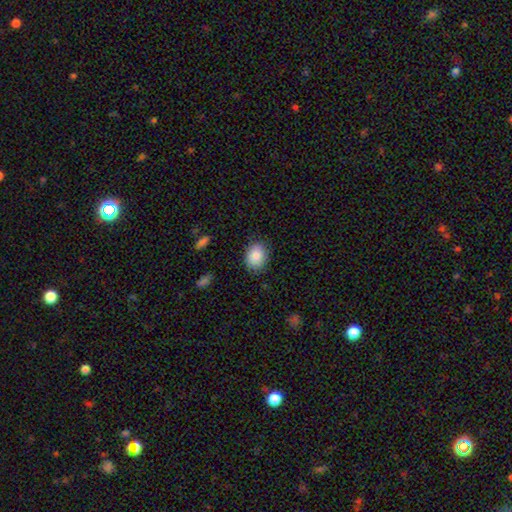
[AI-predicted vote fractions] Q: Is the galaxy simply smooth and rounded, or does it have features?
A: smooth — 87%.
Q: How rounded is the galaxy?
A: in between — 62%.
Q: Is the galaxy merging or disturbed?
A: none — 84%.